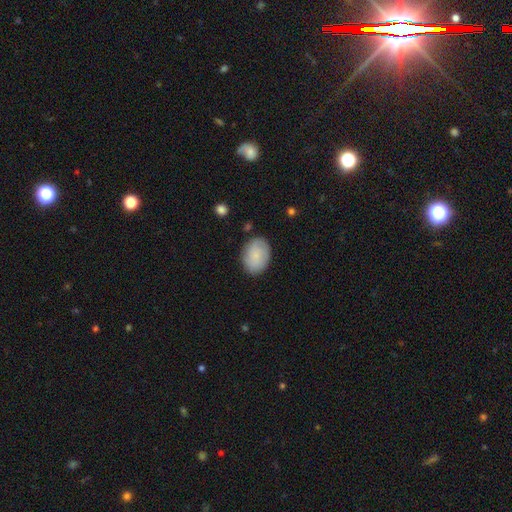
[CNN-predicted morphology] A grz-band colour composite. It shows a smooth galaxy with no disk features (76%) that is in between round and cigar-shaped (78%). Merging: none (82%).